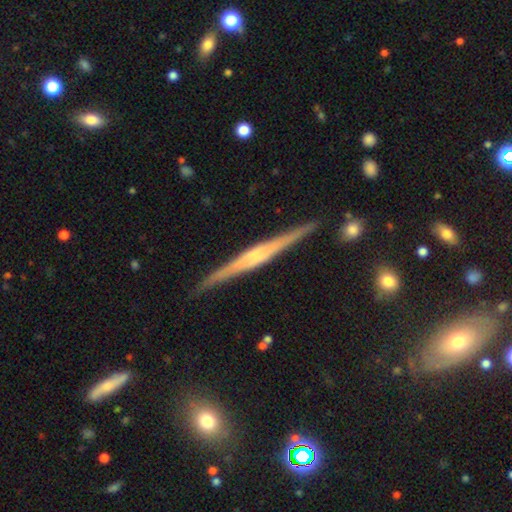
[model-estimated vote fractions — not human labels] The model was most divided on "edge-on bulge": rounded: 57%, boxy: 22%, none: 21%. More confident: edge-on disk — yes (98%); merging — none (90%); smooth or featured — featured or disk (80%).